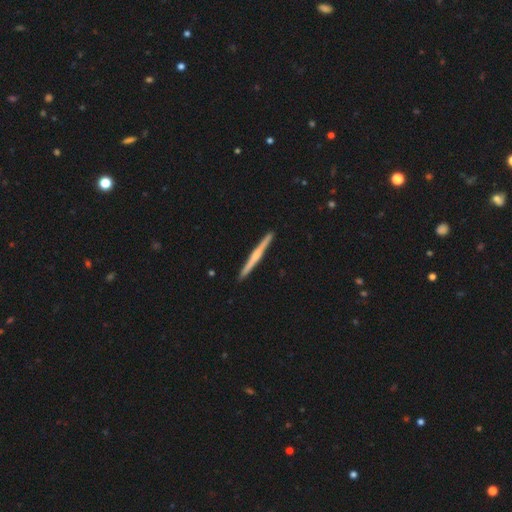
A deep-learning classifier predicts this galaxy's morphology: featured or disk 66%, smooth 29%, star or artifact 5%. Down the decision tree: edge-on disk — yes (98%); edge-on bulge — rounded (58%); merging — none (93%).